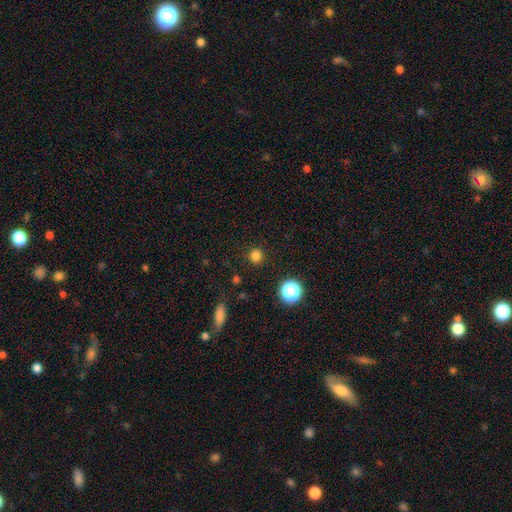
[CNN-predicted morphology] Overall: smooth (80%). How rounded: round (92%). Merging: none (90%).